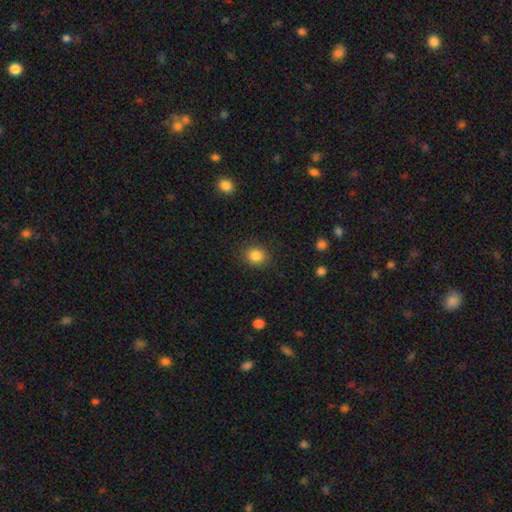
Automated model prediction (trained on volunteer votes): A smooth galaxy with no disk features (85%) that is round (75%). Merging: none (88%).